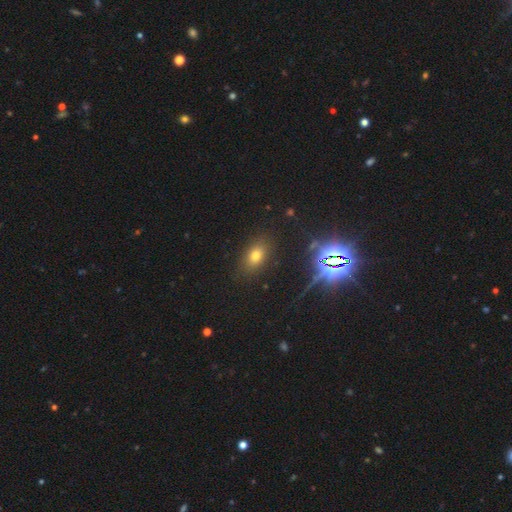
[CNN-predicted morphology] This appears to be a smooth galaxy with no disk features (67%) that is in between round and cigar-shaped (77%). Merging: none (86%).